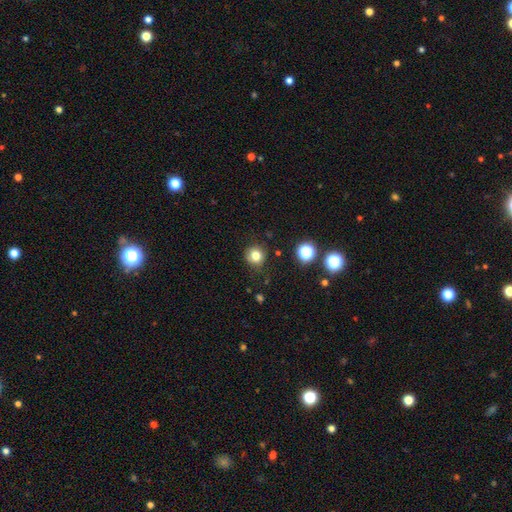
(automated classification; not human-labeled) Smooth or featured?
  - smooth: 79% *
  - star or artifact: 14%
  - featured or disk: 7%
How rounded?
  - round: 92% *
  - in between: 7%
  - cigar-shaped: 1%
Merging?
  - none: 85% *
  - minor disturbance: 10%
  - major disturbance: 3%
  - merger: 2%